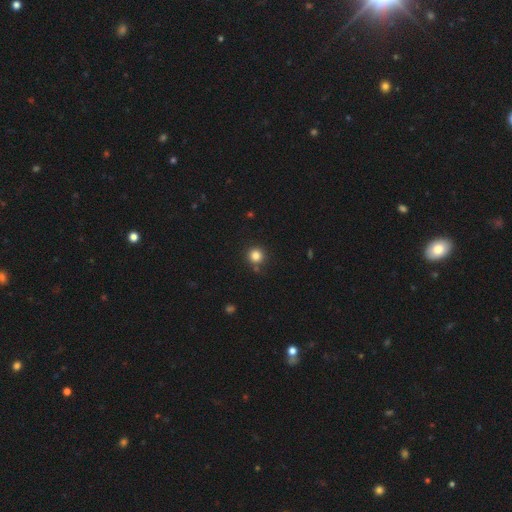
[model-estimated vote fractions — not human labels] This is clearly a smooth galaxy (83%). How rounded: clearly round (95%). Merging: clearly none (85%).